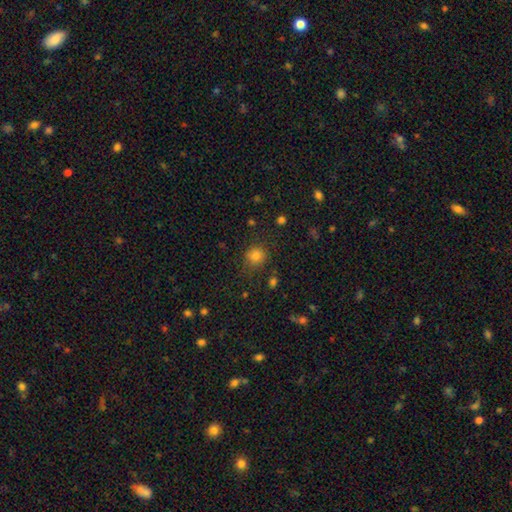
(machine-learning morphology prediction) A smooth galaxy with no disk features (79%) that is round (85%). Merging: none (80%).